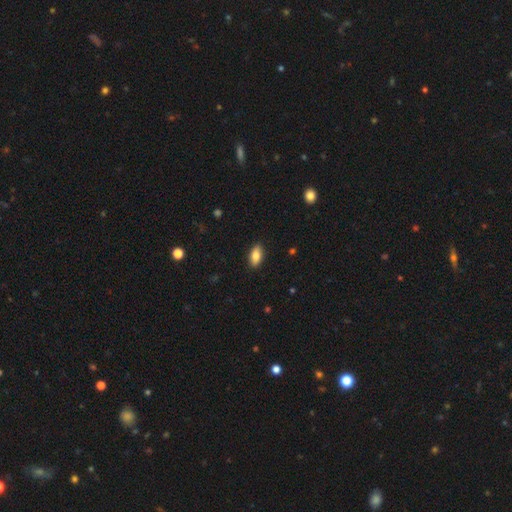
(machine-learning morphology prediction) smooth_or_featured: smooth (p=0.84) [alt: featured or disk p=0.10]
how_rounded: in between (p=0.89) [alt: cigar-shaped p=0.08]
merging: none (p=0.89) [alt: minor disturbance p=0.08]